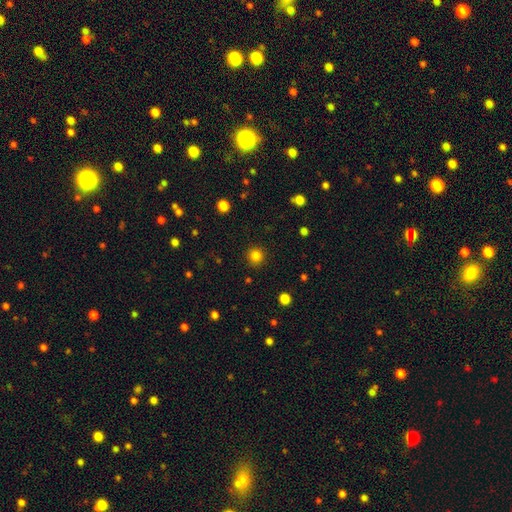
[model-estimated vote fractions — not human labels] This appears to be a smooth galaxy with no disk features (83%) that is round (93%). Merging: none (90%).